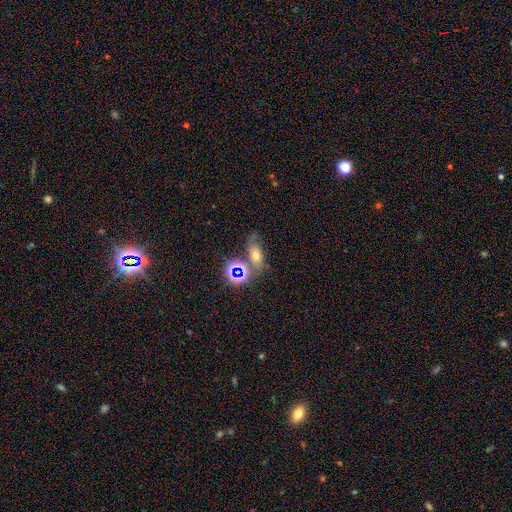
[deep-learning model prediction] smooth 41%, star or artifact 34%, featured or disk 24%. Down the decision tree: merging — none (49%).